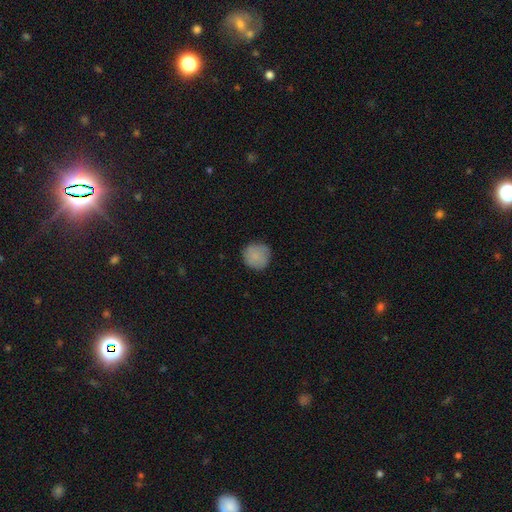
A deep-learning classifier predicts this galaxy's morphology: The model was most divided on "merging": none: 84%, minor disturbance: 13%, major disturbance: 3%, merger: 1%. More confident: how rounded — round (93%); smooth or featured — smooth (85%).